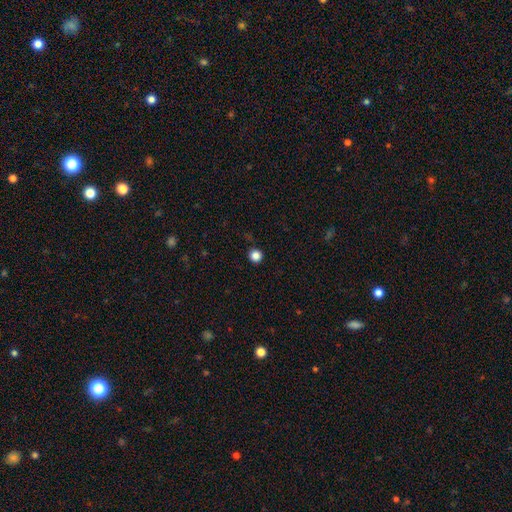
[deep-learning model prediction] A smooth galaxy with no disk features (84%) that is round (96%).

Vote fractions:
- Smooth or featured? smooth: 84% / star or artifact: 12% / featured or disk: 3%
- How rounded? round: 96% / in between: 3% / cigar-shaped: 1%
- Merging? none: 92% / minor disturbance: 5% / major disturbance: 2% / merger: 1%